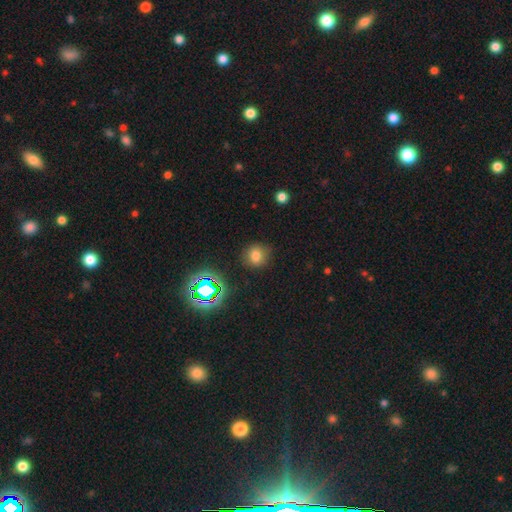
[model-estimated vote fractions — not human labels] Overall: smooth (73%). How rounded: round (82%). Merging: none (83%).